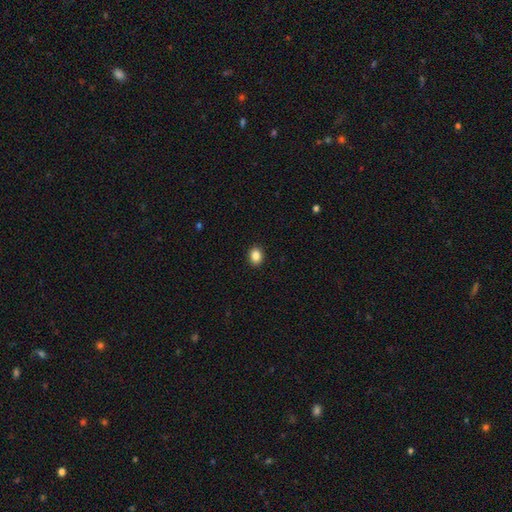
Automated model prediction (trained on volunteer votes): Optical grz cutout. It shows a smooth galaxy with no disk features (86%) that is in between round and cigar-shaped (55%). Merging: none (92%).